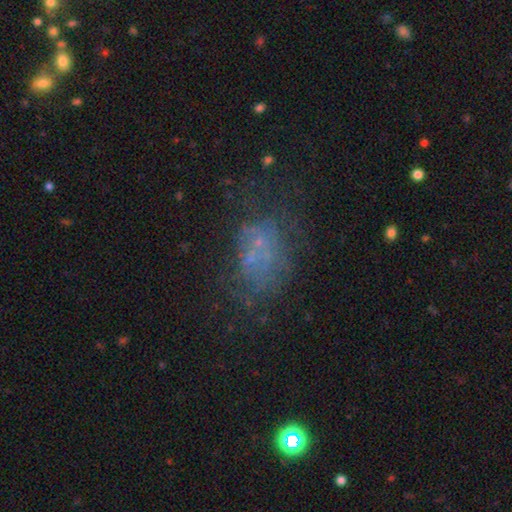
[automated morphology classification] Smooth or featured? featured or disk (38%)
Merging? none (46%)